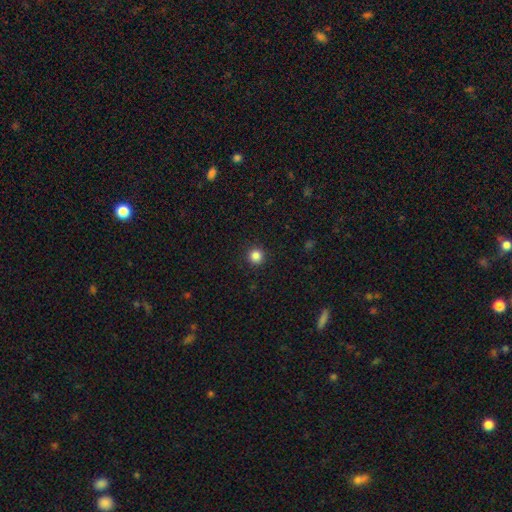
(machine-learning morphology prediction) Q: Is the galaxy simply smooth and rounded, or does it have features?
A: smooth — 85%.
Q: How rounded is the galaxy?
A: round — 95%.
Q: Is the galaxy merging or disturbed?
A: none — 92%.